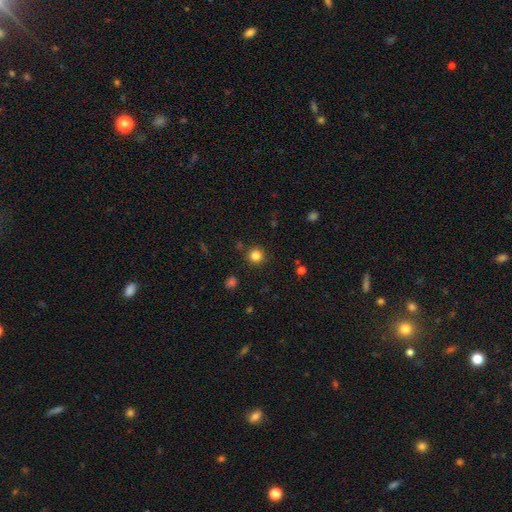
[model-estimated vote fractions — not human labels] smooth_or_featured: smooth (p=0.83) [alt: star or artifact p=0.13]
how_rounded: round (p=0.94) [alt: in between p=0.05]
merging: none (p=0.90) [alt: minor disturbance p=0.06]